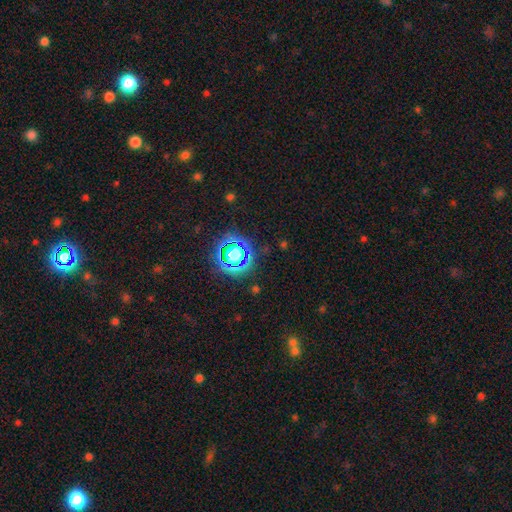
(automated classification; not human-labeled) Smooth or featured? Predicted: star or artifact (p=0.77).